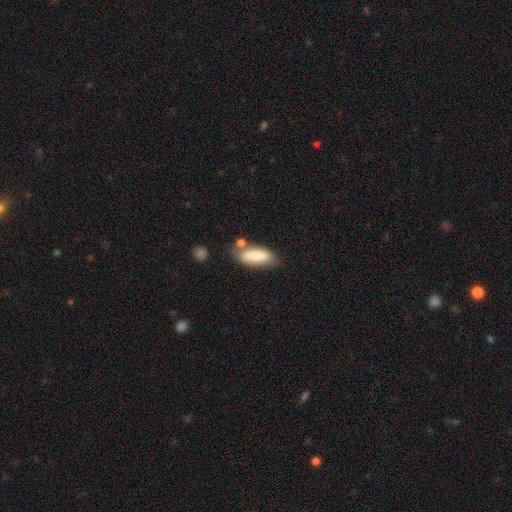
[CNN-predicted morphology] A smooth galaxy with no disk features (80%) that is in between round and cigar-shaped (68%). Merging: none (54%).